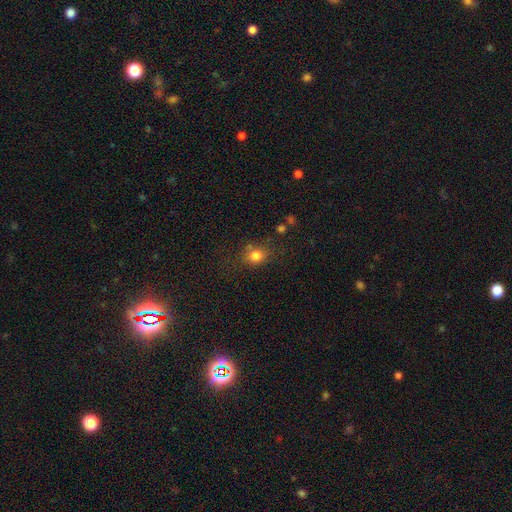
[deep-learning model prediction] Smooth or featured? smooth (80%)
How rounded? round (70%)
Merging? none (68%)